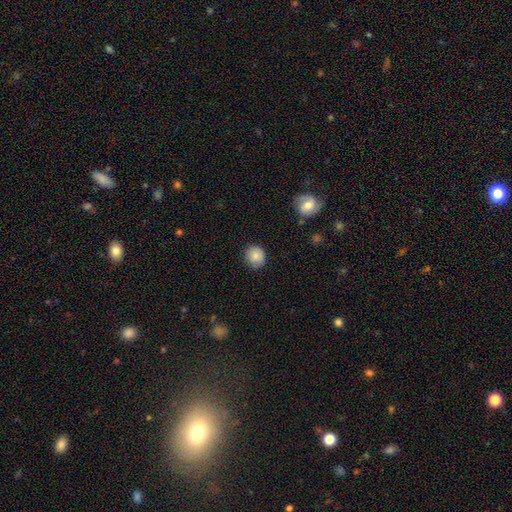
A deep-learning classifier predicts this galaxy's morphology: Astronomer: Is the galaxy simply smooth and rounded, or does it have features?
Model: smooth — 85%.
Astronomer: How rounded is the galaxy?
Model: round — 86%.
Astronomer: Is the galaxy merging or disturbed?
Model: none — 86%.